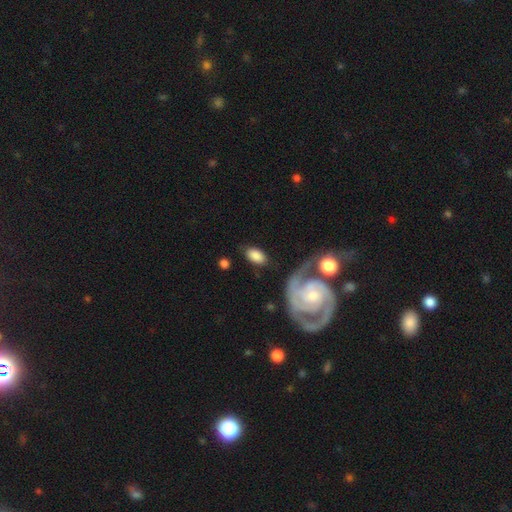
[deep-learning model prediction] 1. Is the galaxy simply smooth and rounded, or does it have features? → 76% smooth, 19% featured or disk, 6% star or artifact.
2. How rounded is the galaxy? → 92% in between, 6% round, 2% cigar-shaped.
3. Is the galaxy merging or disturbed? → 74% none, 14% minor disturbance, 7% major disturbance, 5% merger.